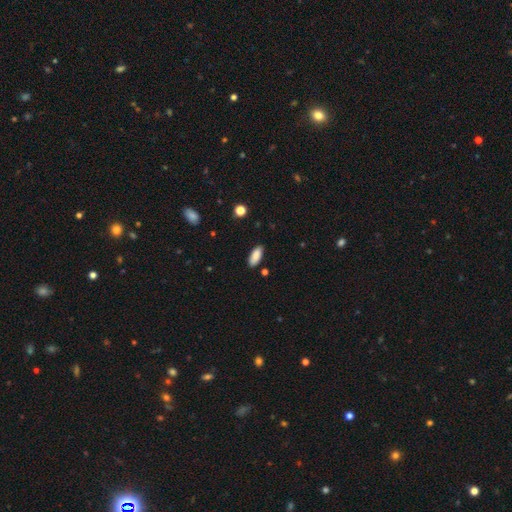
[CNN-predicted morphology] smooth_or_featured: smooth (p=0.87) [alt: star or artifact p=0.07]
how_rounded: in between (p=0.85) [alt: cigar-shaped p=0.13]
merging: none (p=0.86) [alt: minor disturbance p=0.11]